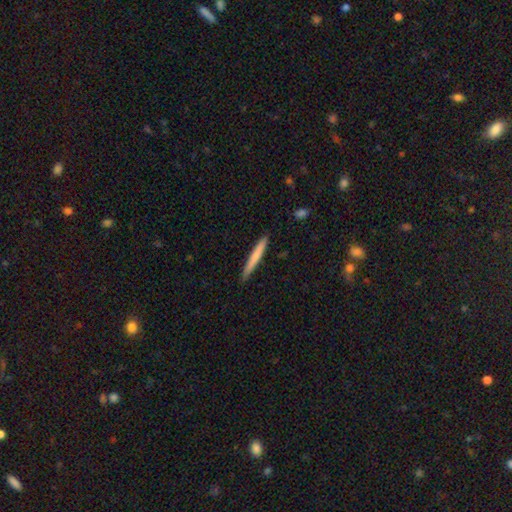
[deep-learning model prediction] Q: Smooth or featured?
A: smooth (69%); runner-up: featured or disk (25%)
Q: How rounded?
A: cigar-shaped (97%); runner-up: in between (2%)
Q: Merging?
A: none (88%); runner-up: minor disturbance (9%)